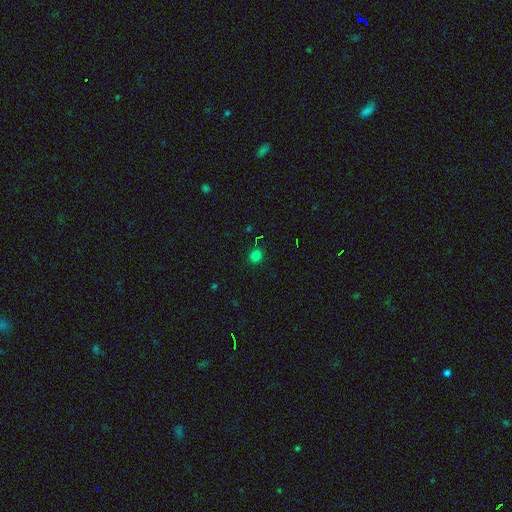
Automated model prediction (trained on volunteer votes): Morphology: type=smooth (79%); roundness=round (86%); merging=none (87%).